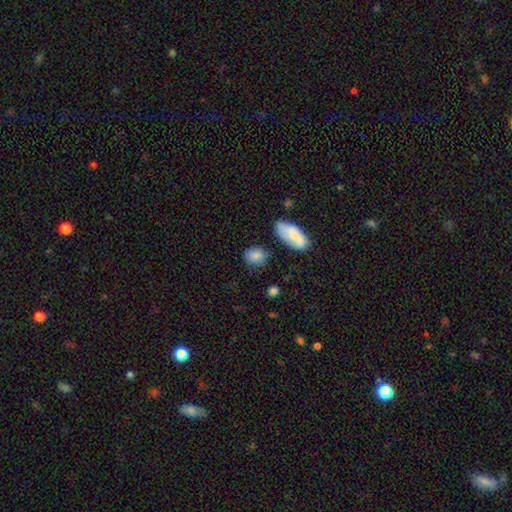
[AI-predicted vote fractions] This appears to be a smooth galaxy with no disk features (82%) that is round (51%). Merging: none (75%).